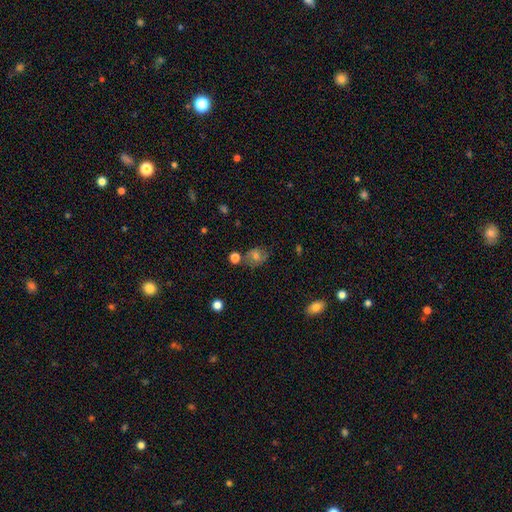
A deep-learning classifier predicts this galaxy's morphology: smooth 54%, featured or disk 30%, star or artifact 16%. Down the decision tree: how rounded — round (56%); merging — none (66%).